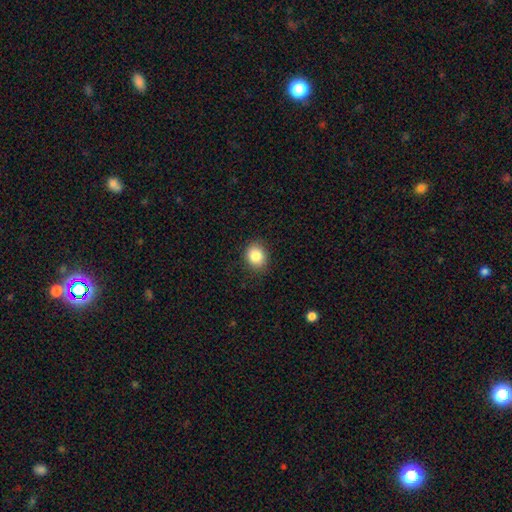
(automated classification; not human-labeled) Smooth or featured?
  - smooth: 85% *
  - star or artifact: 9%
  - featured or disk: 6%
How rounded?
  - round: 64% *
  - in between: 35%
  - cigar-shaped: 1%
Merging?
  - none: 87% *
  - minor disturbance: 10%
  - major disturbance: 3%
  - merger: 1%